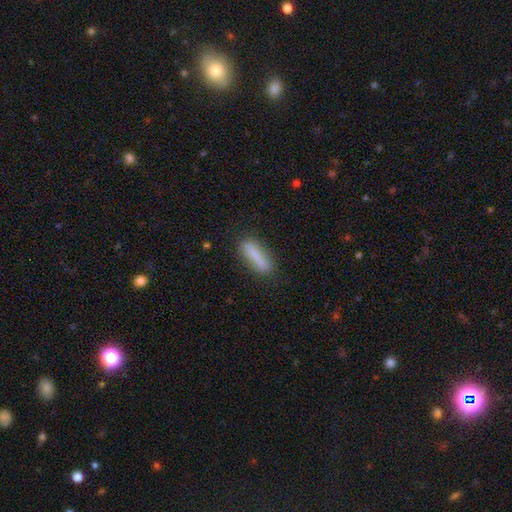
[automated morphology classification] Smooth or featured? smooth (80%)
How rounded? cigar-shaped (71%)
Merging? none (82%)